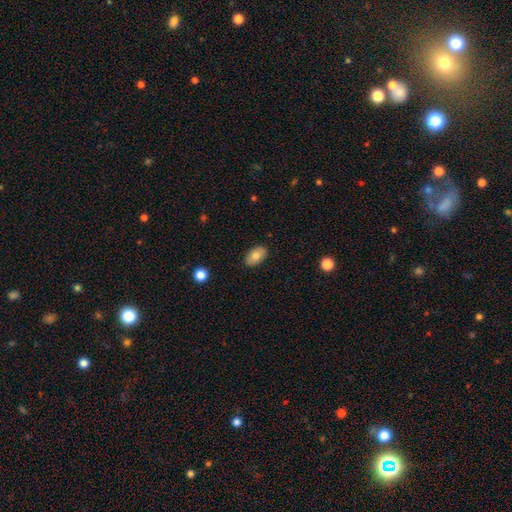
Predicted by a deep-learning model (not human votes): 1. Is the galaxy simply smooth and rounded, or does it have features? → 79% smooth, 14% featured or disk, 7% star or artifact.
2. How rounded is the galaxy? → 92% in between, 7% round, 1% cigar-shaped.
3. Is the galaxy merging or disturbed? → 88% none, 9% minor disturbance, 2% major disturbance, 1% merger.